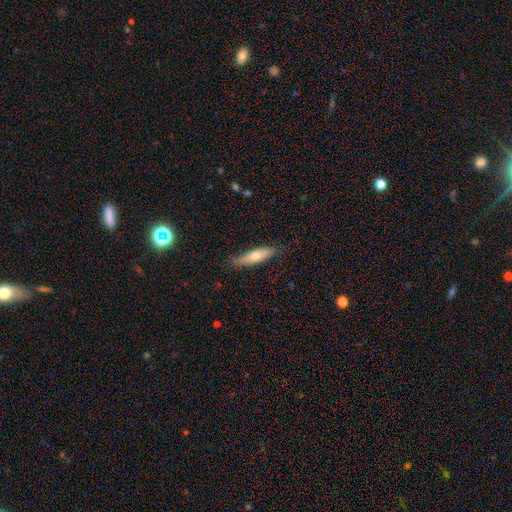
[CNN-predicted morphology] A smooth galaxy with no disk features (57%) that is cigar-shaped (73%).

Vote fractions:
- Smooth or featured? smooth: 57% / featured or disk: 36% / star or artifact: 7%
- How rounded? cigar-shaped: 73% / in between: 25% / round: 2%
- Merging? none: 79% / minor disturbance: 17% / major disturbance: 3% / merger: 1%